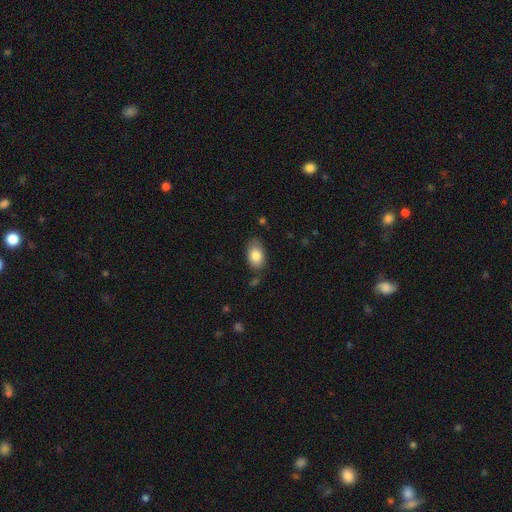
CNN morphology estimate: Smooth or featured? smooth (83%)
How rounded? in between (91%)
Merging? none (74%)